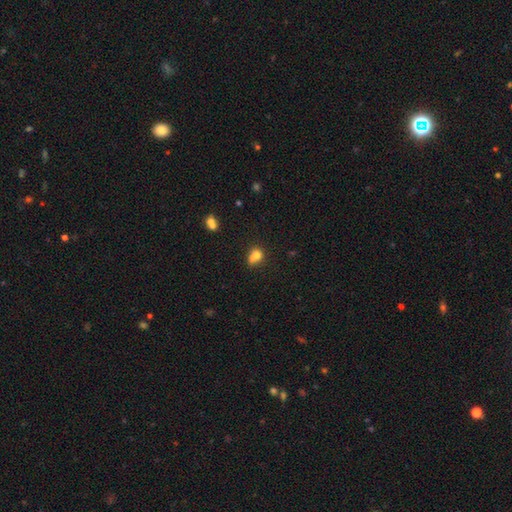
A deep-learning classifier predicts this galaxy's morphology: A smooth galaxy with no disk features (74%) that is round (50%). Merging: merger (38%).